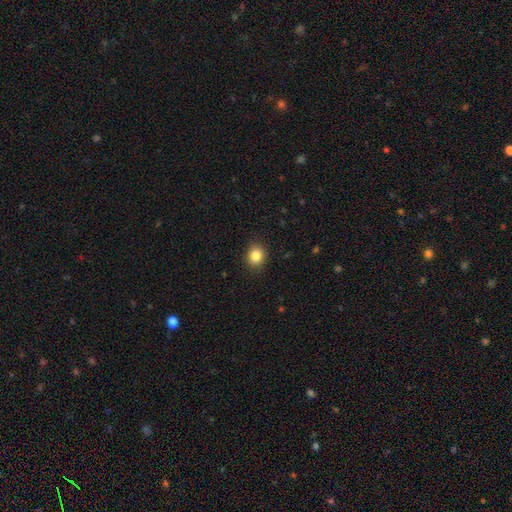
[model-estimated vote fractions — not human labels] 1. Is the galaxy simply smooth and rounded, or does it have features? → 85% smooth, 10% star or artifact, 5% featured or disk.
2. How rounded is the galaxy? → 70% round, 29% in between, 1% cigar-shaped.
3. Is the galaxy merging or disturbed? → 90% none, 7% minor disturbance, 2% major disturbance, 1% merger.